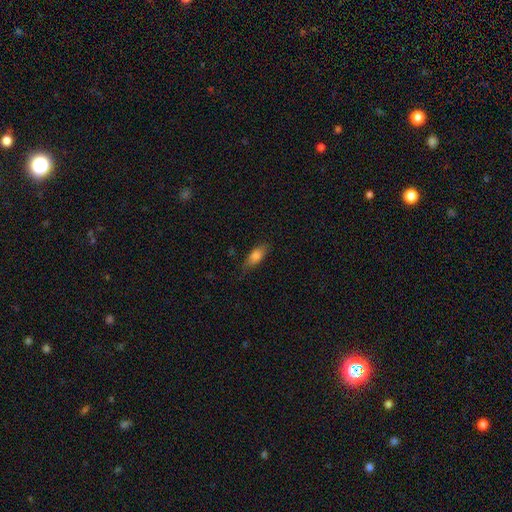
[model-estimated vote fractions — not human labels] A smooth galaxy with no disk features (79%) that is in between round and cigar-shaped (77%). Merging: none (74%).